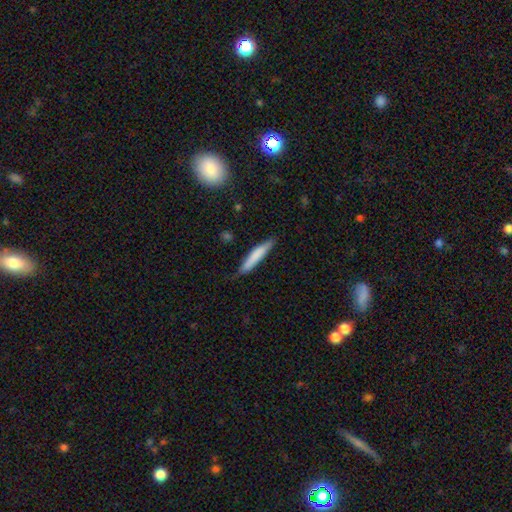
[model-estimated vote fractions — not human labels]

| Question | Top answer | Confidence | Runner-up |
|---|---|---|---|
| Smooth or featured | smooth | 76% | featured or disk (19%) |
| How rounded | cigar-shaped | 91% | in between (8%) |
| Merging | none | 78% | minor disturbance (18%) |